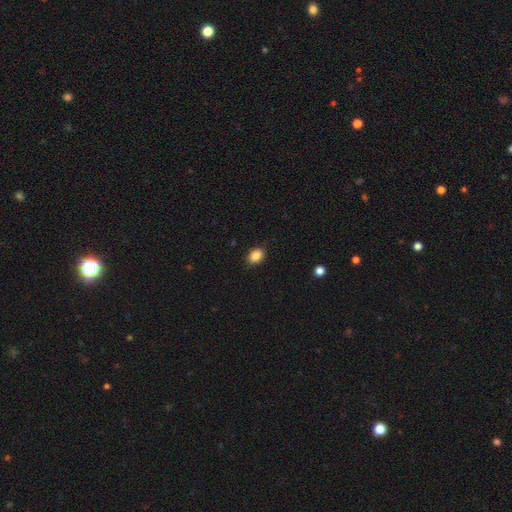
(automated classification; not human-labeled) Overall: smooth (87%). How rounded: in between (69%; round 30%). Merging: none (88%).